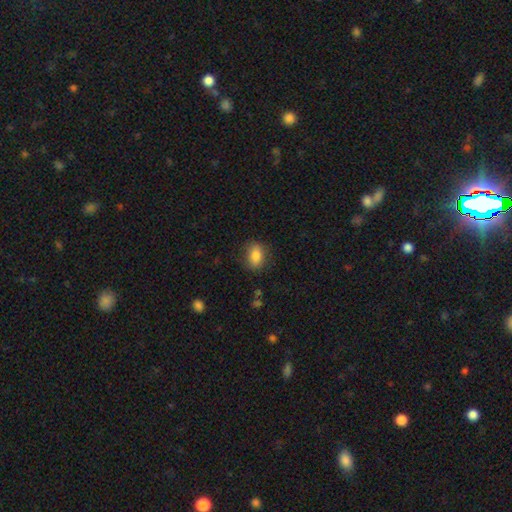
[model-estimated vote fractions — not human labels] The model was most divided on "how rounded": in between: 74%, round: 23%, cigar-shaped: 2%. More confident: smooth or featured — smooth (83%); merging — none (82%).